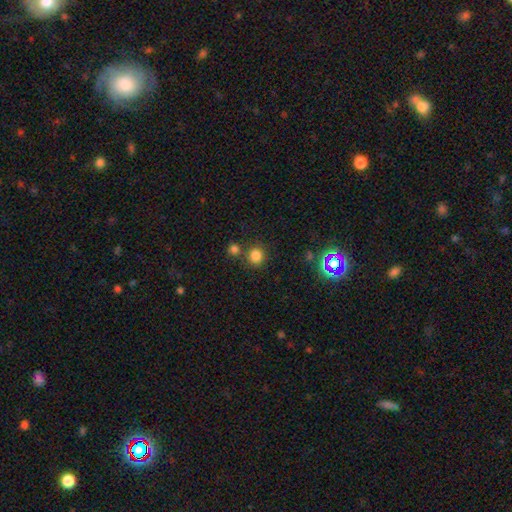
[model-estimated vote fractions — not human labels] Smooth or featured?
  - smooth: 80% *
  - star or artifact: 15%
  - featured or disk: 5%
How rounded?
  - round: 90% *
  - in between: 9%
  - cigar-shaped: 1%
Merging?
  - none: 71% *
  - merger: 17%
  - minor disturbance: 8%
  - major disturbance: 3%